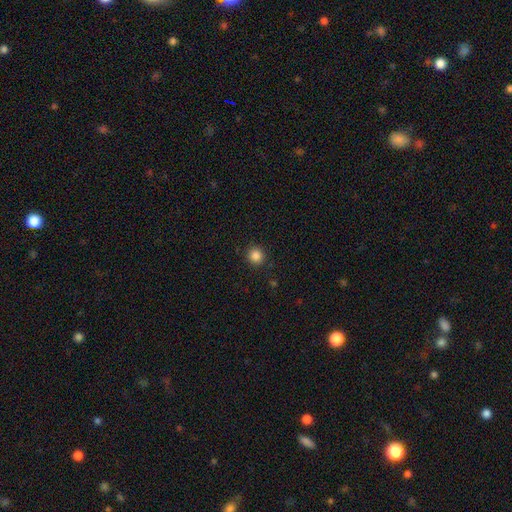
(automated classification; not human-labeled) Q: Smooth or featured?
A: smooth (86%); runner-up: star or artifact (11%)
Q: How rounded?
A: round (92%); runner-up: in between (7%)
Q: Merging?
A: none (91%); runner-up: minor disturbance (6%)